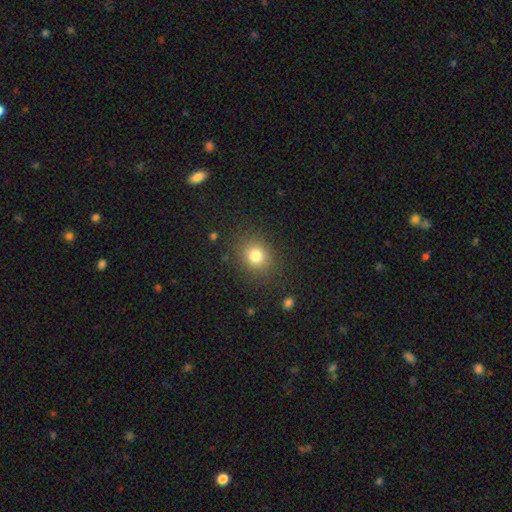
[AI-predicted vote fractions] Smooth or featured? Predicted: smooth (p=0.79). How rounded? Predicted: round (p=0.73). Merging? Predicted: none (p=0.86).